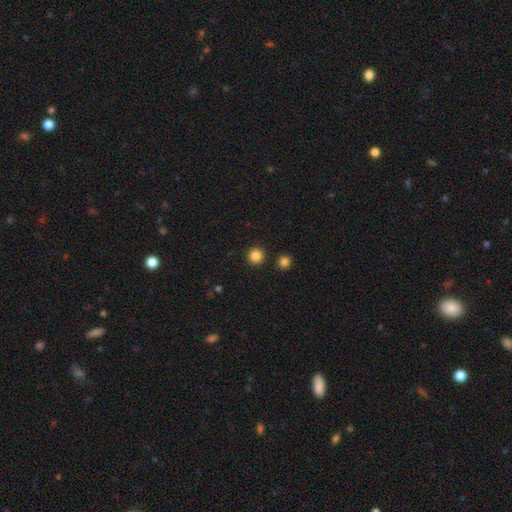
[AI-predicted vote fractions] smooth 85%, star or artifact 12%, featured or disk 4%. Down the decision tree: how rounded — round (95%); merging — none (92%).